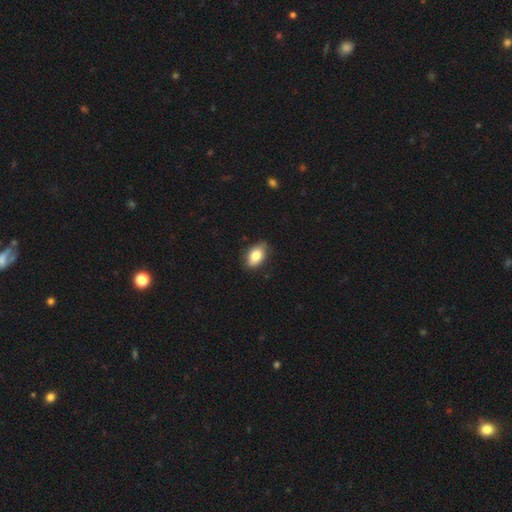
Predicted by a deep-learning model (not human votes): A smooth galaxy with no disk features (82%) that is in between round and cigar-shaped (88%). Merging: none (81%).